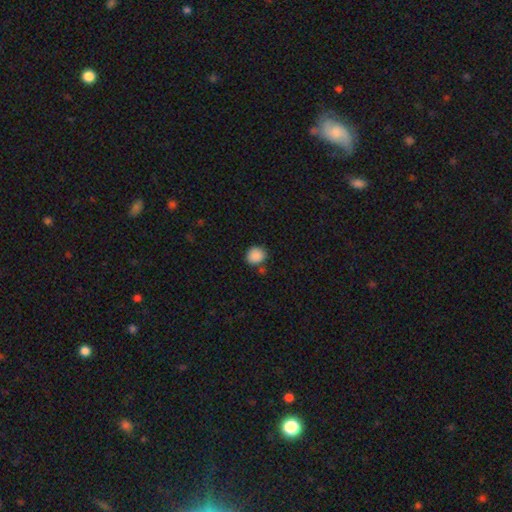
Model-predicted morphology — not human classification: smooth 88%, star or artifact 9%, featured or disk 3%. Down the decision tree: how rounded — round (79%); merging — none (76%).